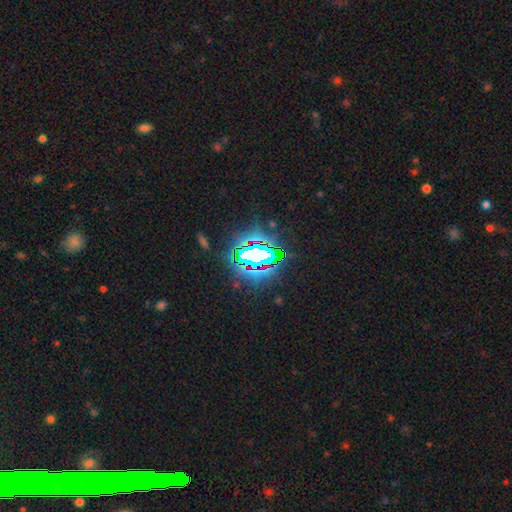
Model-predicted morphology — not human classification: Smooth or featured? Predicted: star or artifact (p=0.72).